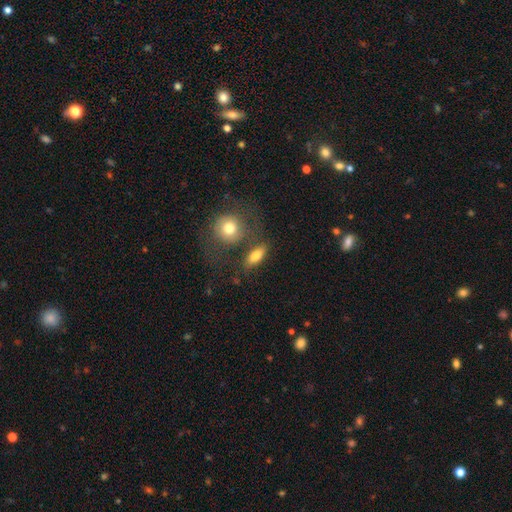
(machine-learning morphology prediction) smooth 78%, featured or disk 13%, star or artifact 9%. Down the decision tree: how rounded — in between (74%); merging — none (60%).